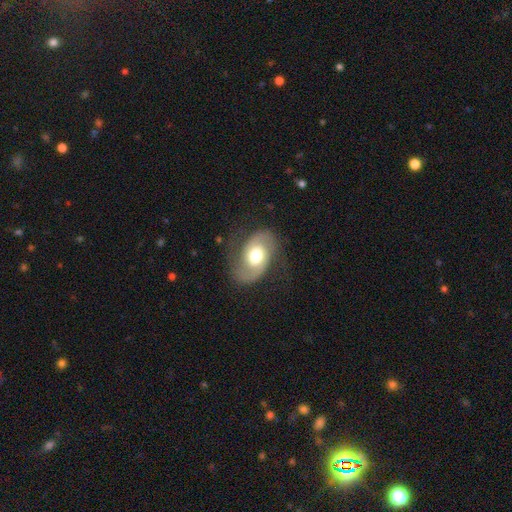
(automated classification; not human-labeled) A featured or disk galaxy (80%) with no bar (63%), 2 (90%) medium (49%) spiral arms (93%) and a moderate central bulge (64%).

Vote fractions:
- Smooth or featured? featured or disk: 80% / smooth: 15% / star or artifact: 5%
- Edge-on disk? no: 97% / yes: 3%
- Bar? no: 63% / weak: 29% / strong: 8%
- Spiral arms? yes: 93% / no: 7%
- Spiral winding? medium: 49% / loose: 28% / tight: 23%
- Spiral arm count? 2: 90% / can't tell: 4% / 1: 3% / 3: 1% / 4: 1% / more than 4: 1%
- Bulge size? moderate: 64% / large: 26% / small: 7% / dominant: 3% / none: 1%
- Merging? none: 72% / minor disturbance: 17% / major disturbance: 10% / merger: 1%